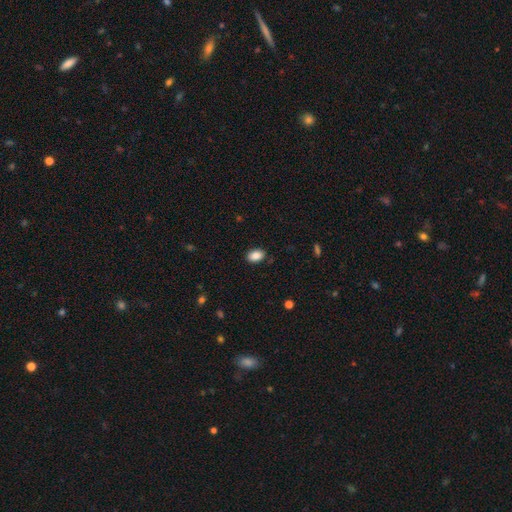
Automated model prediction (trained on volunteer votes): Overall: smooth (88%). How rounded: in between (88%). Merging: none (87%).